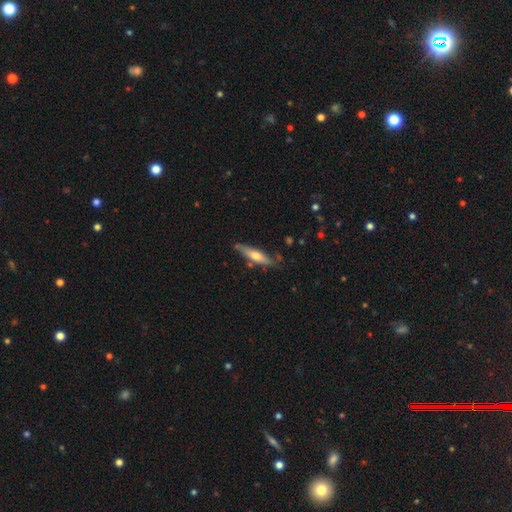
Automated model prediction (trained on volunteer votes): This is possibly a smooth galaxy (55%). How rounded: likely cigar-shaped (77%). Merging: likely none (74%).